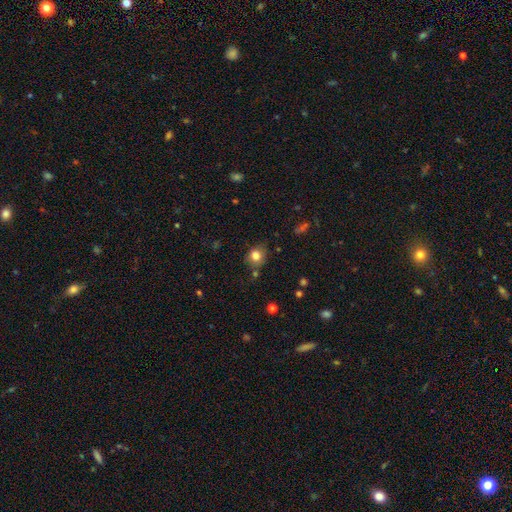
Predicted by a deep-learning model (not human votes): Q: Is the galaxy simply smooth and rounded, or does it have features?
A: smooth — 81%.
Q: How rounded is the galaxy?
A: round — 76%.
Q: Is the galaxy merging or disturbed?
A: none — 75%.